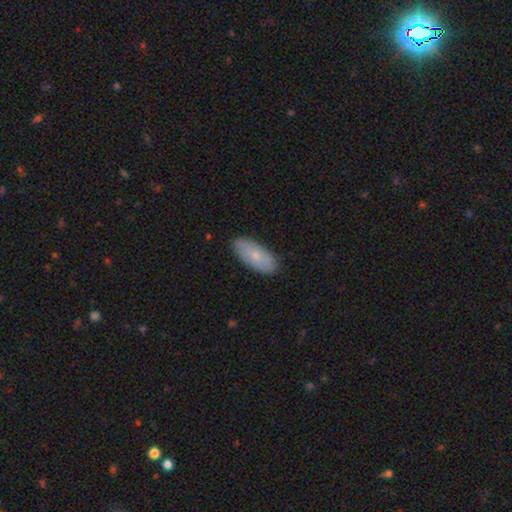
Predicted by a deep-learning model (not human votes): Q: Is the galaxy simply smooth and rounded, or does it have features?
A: smooth — 70%.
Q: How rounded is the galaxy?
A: in between — 87%.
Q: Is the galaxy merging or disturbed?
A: none — 86%.